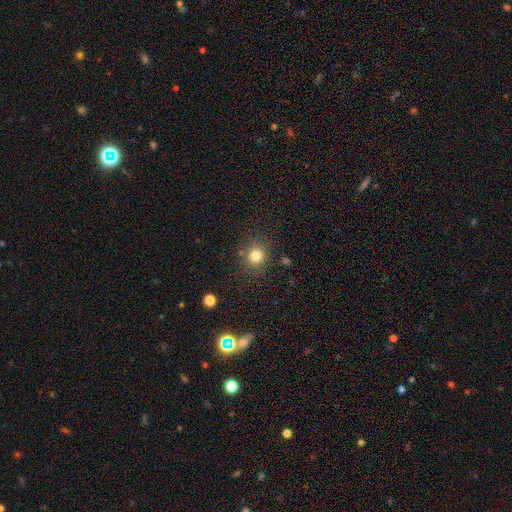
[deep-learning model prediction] This is clearly a smooth galaxy (81%). How rounded: clearly round (87%). Merging: clearly none (83%).